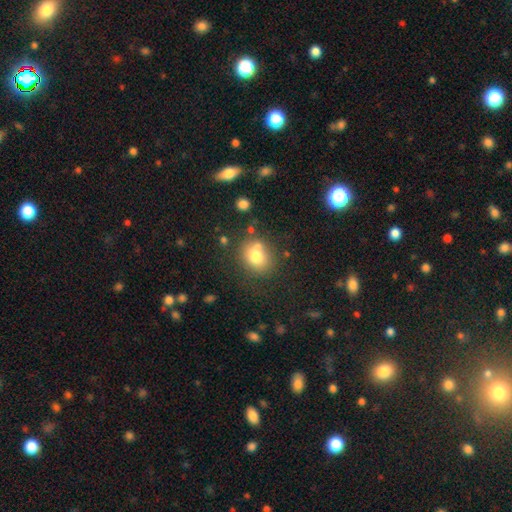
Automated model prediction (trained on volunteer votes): The model was most divided on "how rounded": round: 67%, in between: 32%, cigar-shaped: 1%. More confident: smooth or featured — smooth (74%); merging — none (60%).